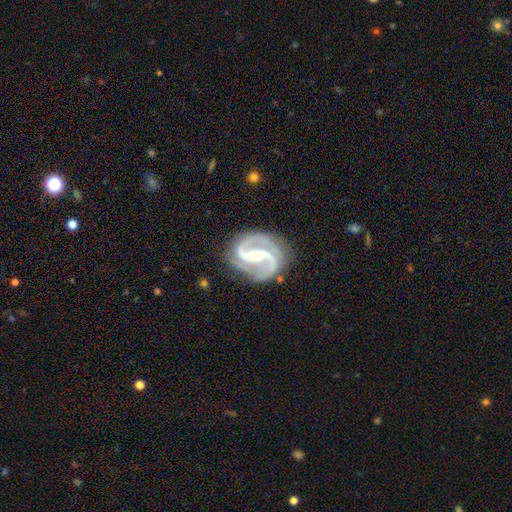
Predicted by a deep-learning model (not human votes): featured or disk 93%, star or artifact 4%, smooth 3%. Down the decision tree: edge-on disk — no (98%); bar — strong (43%); spiral arms — yes (98%); spiral arm count — 2 (91%); spiral winding — medium (59%); bulge size — small (65%); merging — none (79%).